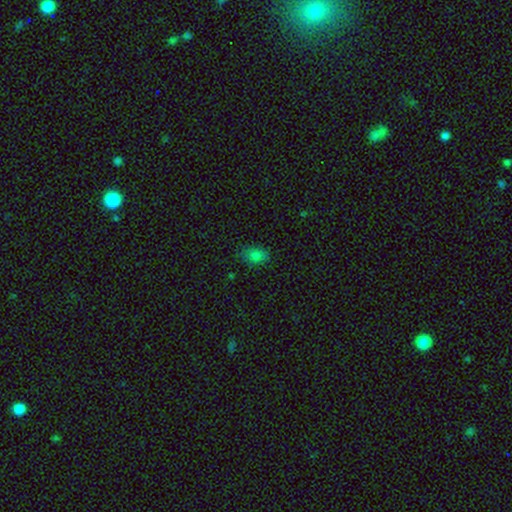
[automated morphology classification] A smooth galaxy with no disk features (80%) that is in between round and cigar-shaped (80%).

Vote fractions:
- Smooth or featured? smooth: 80% / star or artifact: 14% / featured or disk: 6%
- How rounded? in between: 80% / round: 18% / cigar-shaped: 2%
- Merging? none: 80% / minor disturbance: 15% / major disturbance: 3% / merger: 1%